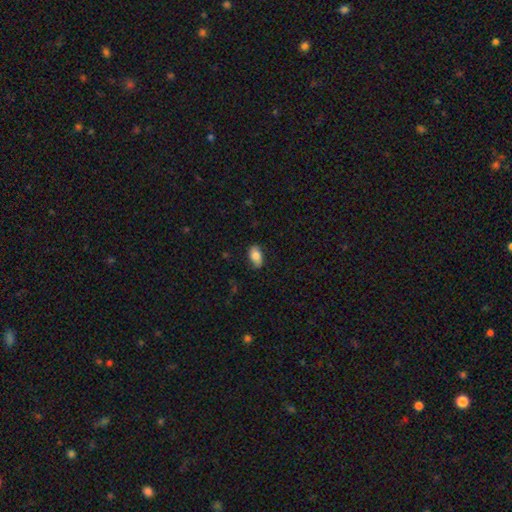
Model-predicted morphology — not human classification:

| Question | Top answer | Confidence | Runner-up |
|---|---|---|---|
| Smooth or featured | smooth | 79% | featured or disk (14%) |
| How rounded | in between | 92% | round (6%) |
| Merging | none | 80% | minor disturbance (16%) |